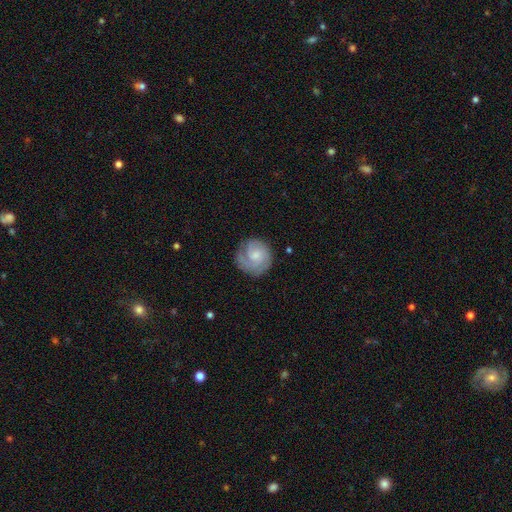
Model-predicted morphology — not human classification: featured or disk 76%, smooth 19%, star or artifact 5%. Down the decision tree: edge-on disk — no (98%); bar — no (64%); spiral arms — yes (96%); spiral arm count — 2 (37%); spiral winding — tight (66%); bulge size — small (44%); merging — none (78%).